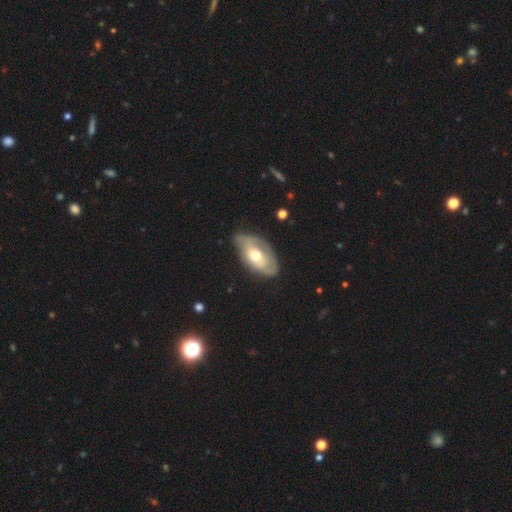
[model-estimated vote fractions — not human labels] Smooth or featured? Predicted: featured or disk (p=0.52). Edge-on disk? Predicted: no (p=0.86). Merging? Predicted: none (p=0.62).